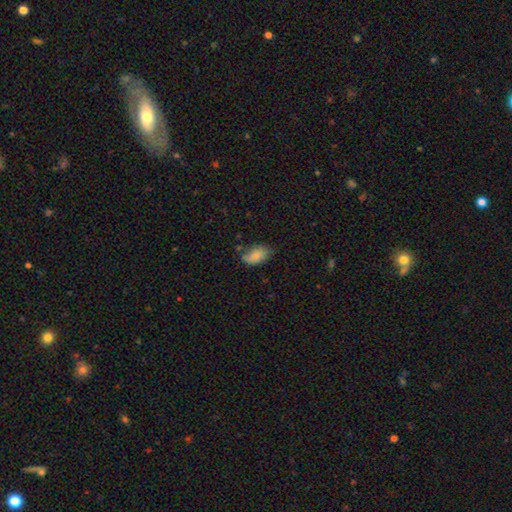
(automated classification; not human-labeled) Q: Smooth or featured?
A: smooth (84%); runner-up: featured or disk (9%)
Q: How rounded?
A: in between (93%); runner-up: round (5%)
Q: Merging?
A: none (61%); runner-up: minor disturbance (30%)